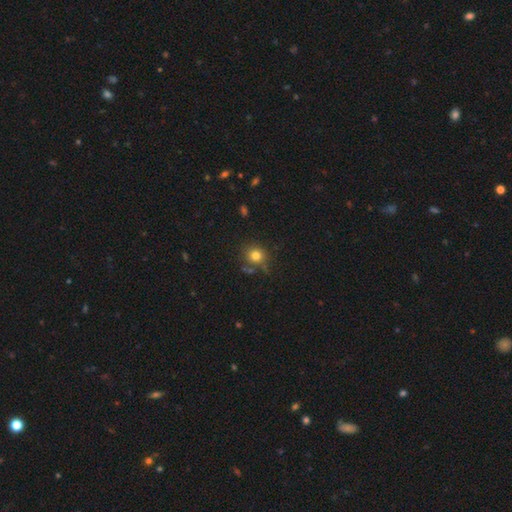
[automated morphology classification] smooth_or_featured: smooth (p=0.78) [alt: star or artifact p=0.14]
how_rounded: round (p=0.87) [alt: in between p=0.12]
merging: none (p=0.75) [alt: minor disturbance p=0.13]